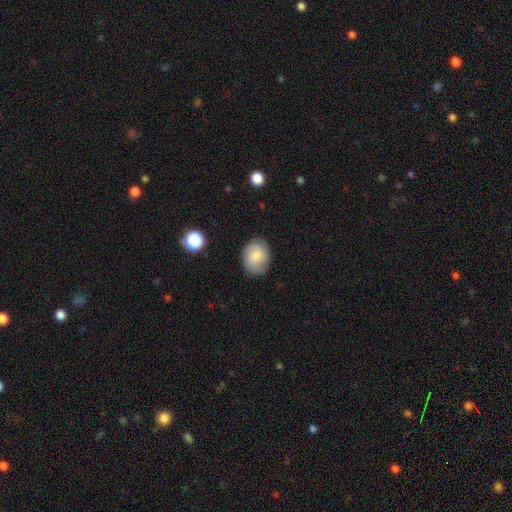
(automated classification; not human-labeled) Smooth or featured? smooth (75%)
How rounded? in between (56%)
Merging? none (79%)